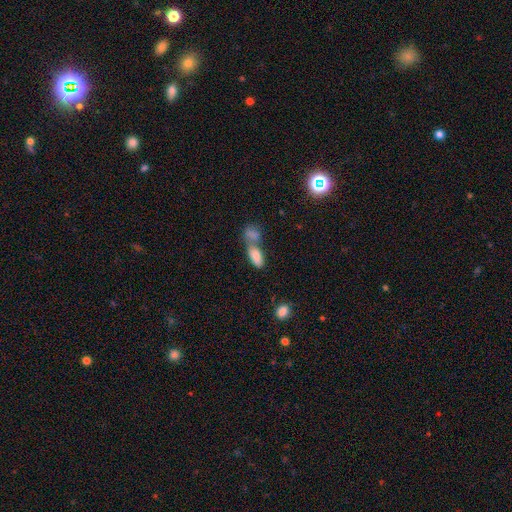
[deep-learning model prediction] Overall: smooth (83%). How rounded: in between (86%). Merging: merger (64%).